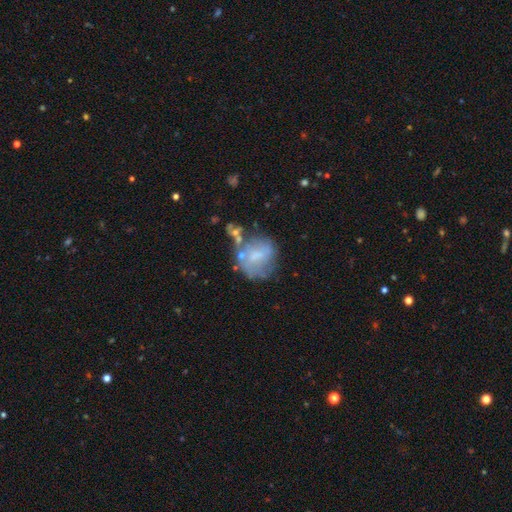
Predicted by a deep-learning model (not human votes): Morphology: type=featured or disk (47%); merging=none (45%).